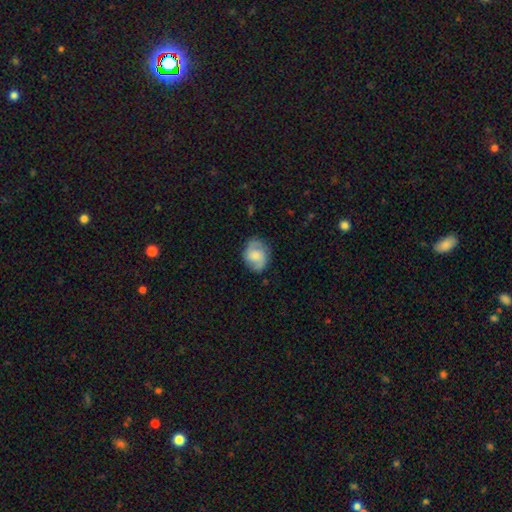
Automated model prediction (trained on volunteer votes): featured or disk 51%, smooth 41%, star or artifact 8%. Down the decision tree: edge-on disk — no (97%); merging — none (76%).